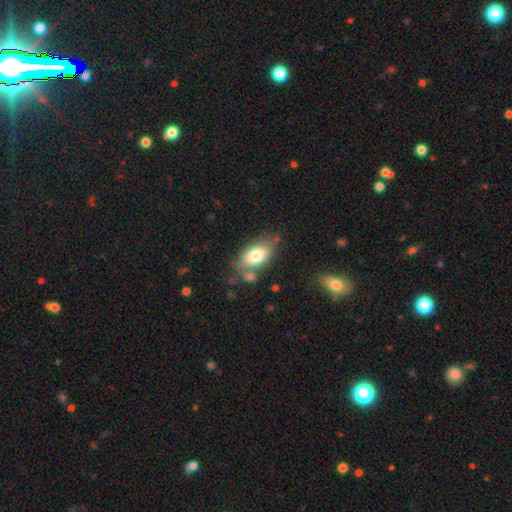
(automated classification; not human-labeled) Overall: smooth (76%). How rounded: in between (91%). Merging: none (62%).